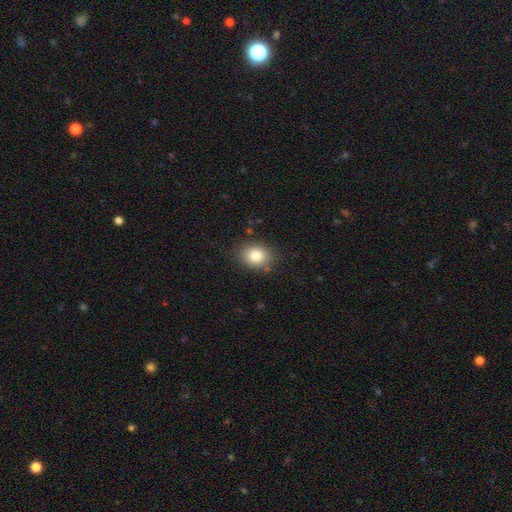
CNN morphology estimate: Smooth or featured: smooth — 83% (star or artifact — 10%)
How rounded: in between — 50% (round — 49%)
Merging: none — 84% (minor disturbance — 12%)